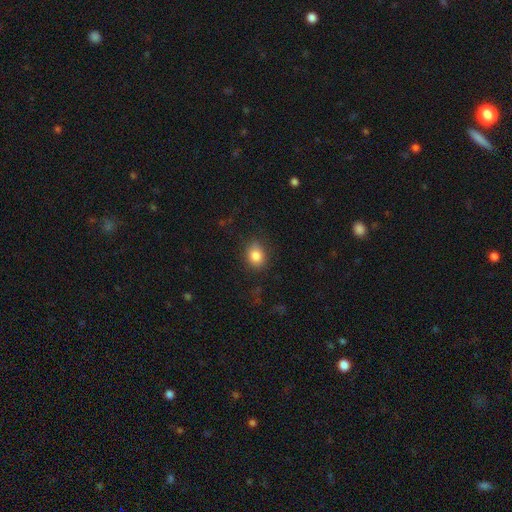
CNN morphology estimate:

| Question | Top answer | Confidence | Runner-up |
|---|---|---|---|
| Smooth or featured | smooth | 84% | star or artifact (9%) |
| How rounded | in between | 55% | round (44%) |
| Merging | none | 83% | minor disturbance (12%) |